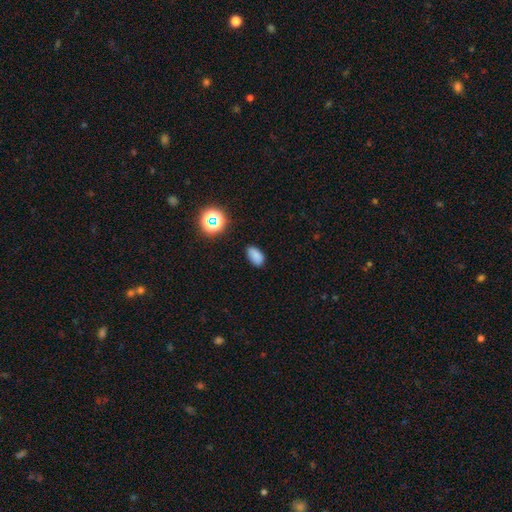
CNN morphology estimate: This is clearly a smooth galaxy (81%). How rounded: clearly in between (91%). Merging: clearly none (82%).